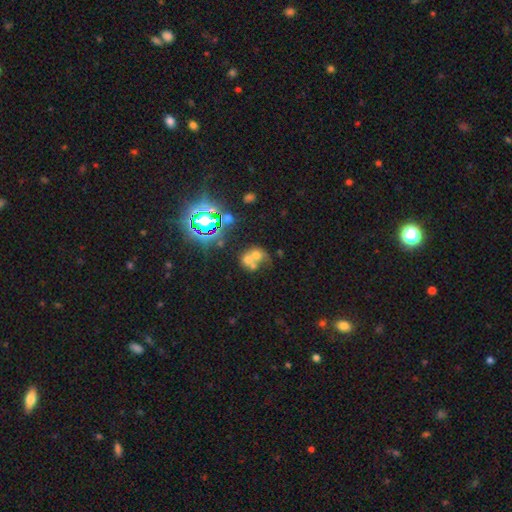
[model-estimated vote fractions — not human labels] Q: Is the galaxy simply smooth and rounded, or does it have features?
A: smooth — 46%.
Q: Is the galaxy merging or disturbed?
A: merger — 66%.